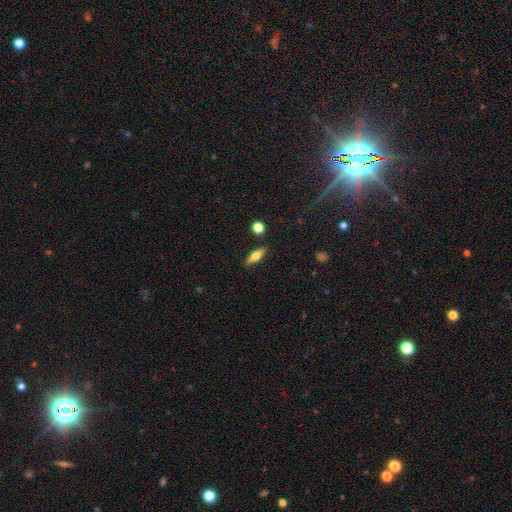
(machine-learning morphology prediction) smooth 54%, featured or disk 39%, star or artifact 8%. Down the decision tree: how rounded — cigar-shaped (49%); merging — none (87%).